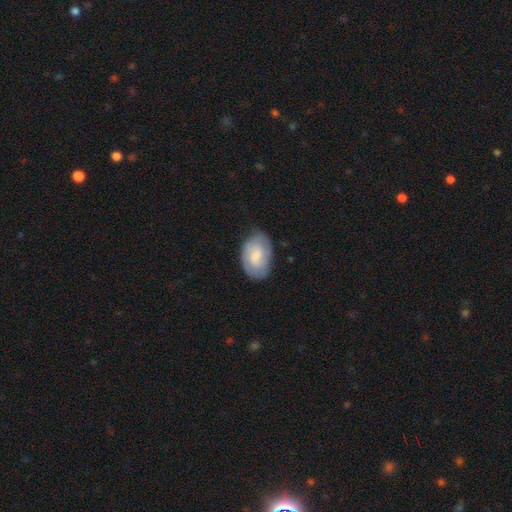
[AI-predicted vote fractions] A smooth galaxy with no disk features (55%) that is in between round and cigar-shaped (89%).

Vote fractions:
- Smooth or featured? smooth: 55% / featured or disk: 39% / star or artifact: 6%
- How rounded? in between: 89% / round: 10% / cigar-shaped: 1%
- Merging? none: 70% / minor disturbance: 23% / major disturbance: 6% / merger: 1%